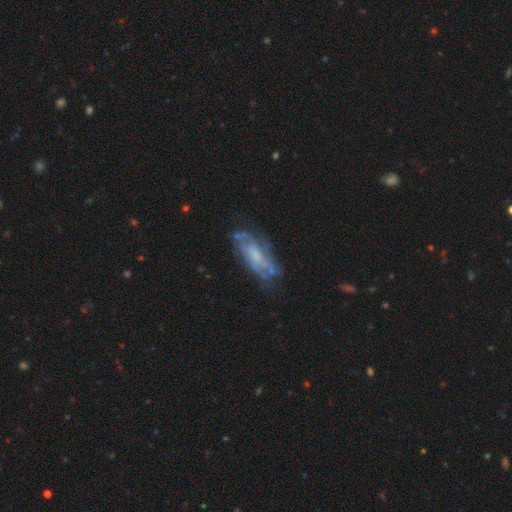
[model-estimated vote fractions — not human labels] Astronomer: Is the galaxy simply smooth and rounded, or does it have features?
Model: featured or disk — 71%.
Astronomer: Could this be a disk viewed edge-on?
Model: no — 88%.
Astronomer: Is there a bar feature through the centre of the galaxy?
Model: no — 62%.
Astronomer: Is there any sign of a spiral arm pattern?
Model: yes — 77%.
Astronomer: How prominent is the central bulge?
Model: moderate — 37% (runner-up: small, 30%).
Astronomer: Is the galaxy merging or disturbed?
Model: none — 60%.